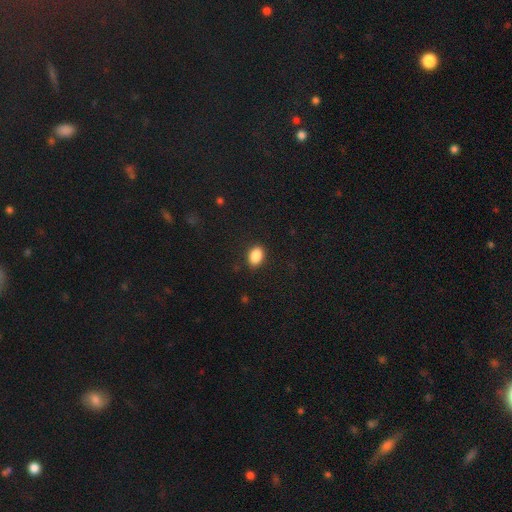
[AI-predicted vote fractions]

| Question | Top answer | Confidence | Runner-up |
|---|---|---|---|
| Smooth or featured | smooth | 88% | star or artifact (8%) |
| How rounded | in between | 86% | round (12%) |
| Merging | none | 87% | minor disturbance (9%) |